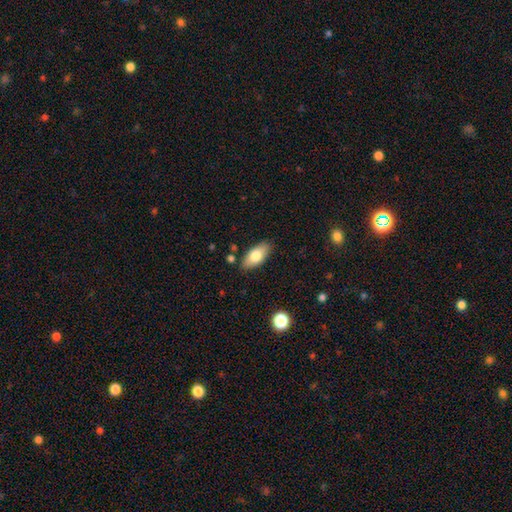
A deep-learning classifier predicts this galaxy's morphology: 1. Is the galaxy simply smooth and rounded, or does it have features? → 77% smooth, 17% featured or disk, 7% star or artifact.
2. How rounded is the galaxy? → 89% in between, 9% cigar-shaped, 3% round.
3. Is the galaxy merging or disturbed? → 84% none, 11% minor disturbance, 2% major disturbance, 2% merger.